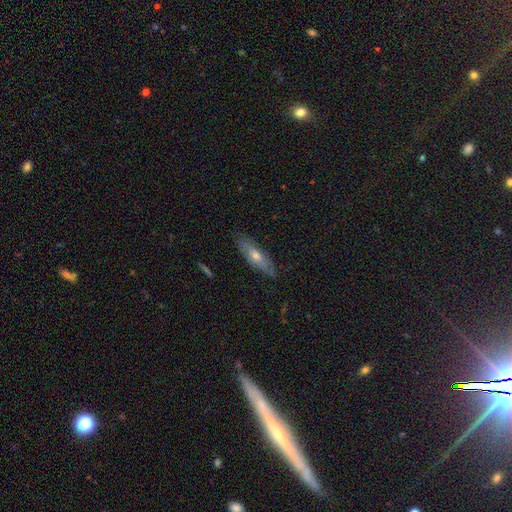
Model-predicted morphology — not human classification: type=smooth (46%, tied with featured or disk); merging=none (82%).